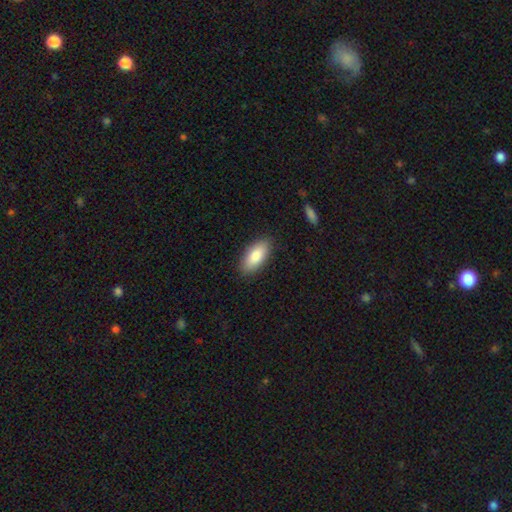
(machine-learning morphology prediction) Q: Smooth or featured?
A: smooth (84%); runner-up: featured or disk (10%)
Q: How rounded?
A: in between (88%); runner-up: cigar-shaped (10%)
Q: Merging?
A: none (88%); runner-up: minor disturbance (9%)